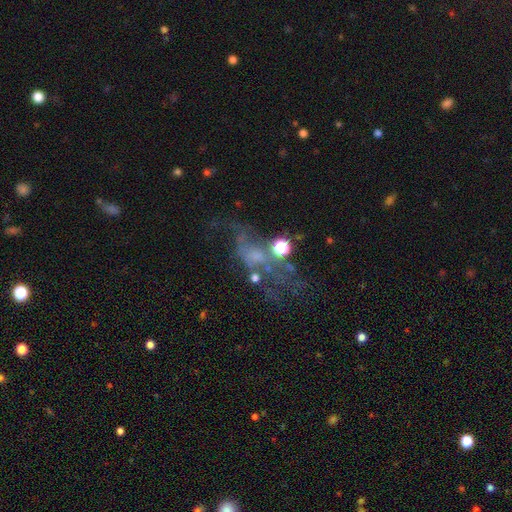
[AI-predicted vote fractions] Morphology: type=featured or disk (48%); merging=major disturbance (40%).